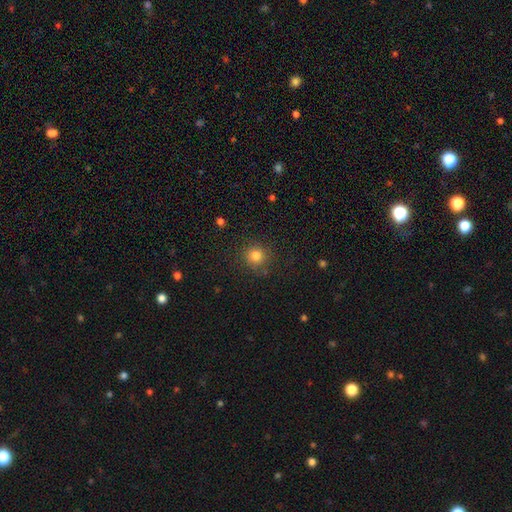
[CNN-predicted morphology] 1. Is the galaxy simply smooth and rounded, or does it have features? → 81% smooth, 13% star or artifact, 6% featured or disk.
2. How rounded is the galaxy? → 92% round, 7% in between, 1% cigar-shaped.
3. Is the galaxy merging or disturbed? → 86% none, 9% minor disturbance, 3% major disturbance, 2% merger.